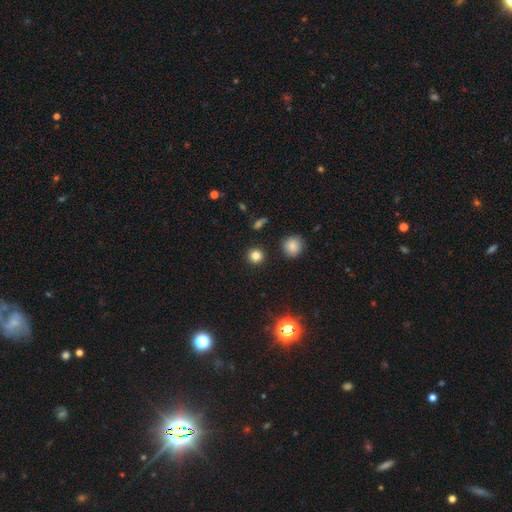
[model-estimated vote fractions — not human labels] Smooth or featured? smooth (80%)
How rounded? round (93%)
Merging? none (91%)